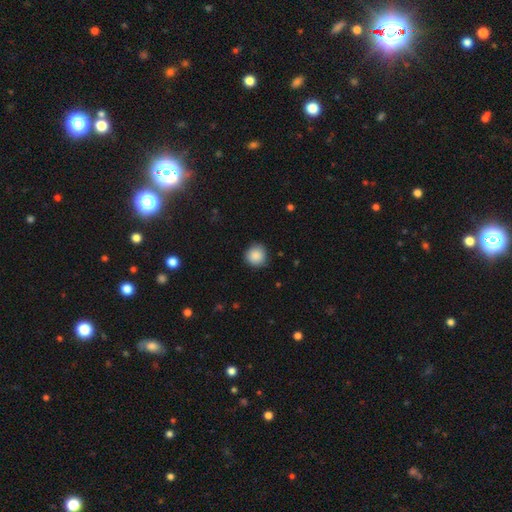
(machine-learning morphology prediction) Smooth or featured?
  - smooth: 88% *
  - star or artifact: 8%
  - featured or disk: 4%
How rounded?
  - round: 93% *
  - in between: 6%
  - cigar-shaped: 1%
Merging?
  - none: 85% *
  - minor disturbance: 11%
  - major disturbance: 2%
  - merger: 1%